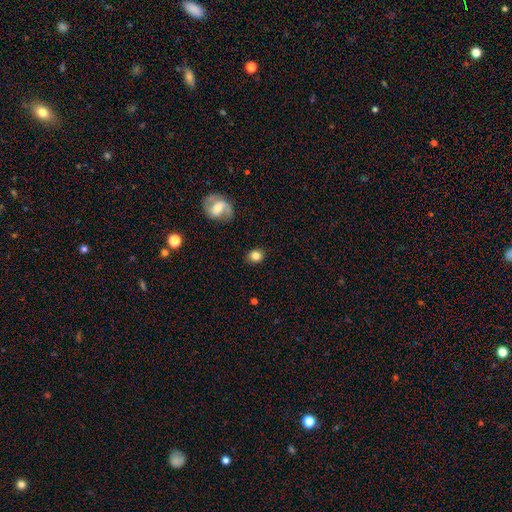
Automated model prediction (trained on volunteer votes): smooth-or-featured: smooth: 81% | featured or disk: 10% | star or artifact: 9%
  how-rounded: round: 70% | in between: 29% | cigar-shaped: 1%
  merging: none: 86% | minor disturbance: 10% | major disturbance: 3% | merger: 2%